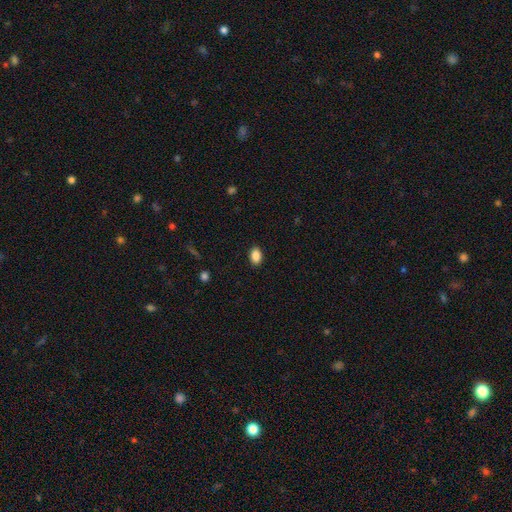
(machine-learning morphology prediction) The model was most divided on "how rounded": in between: 83%, round: 16%, cigar-shaped: 1%. More confident: merging — none (90%); smooth or featured — smooth (88%).